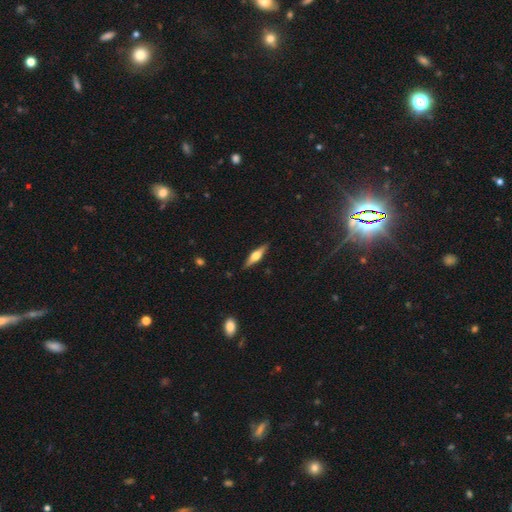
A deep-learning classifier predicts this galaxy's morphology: Smooth or featured? Predicted: featured or disk (p=0.61). Edge-on disk? Predicted: yes (p=0.96). Edge-on bulge? Predicted: rounded (p=0.92). Merging? Predicted: none (p=0.89).